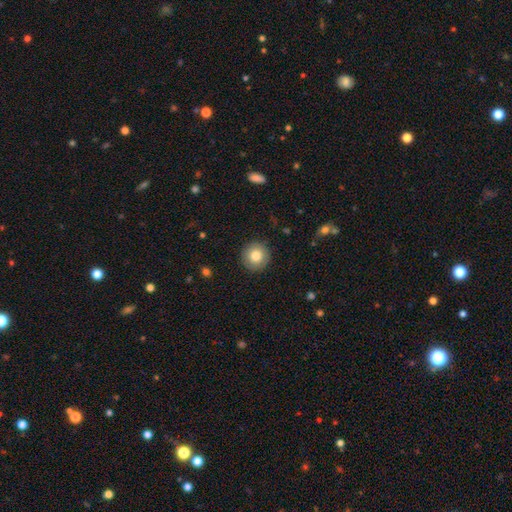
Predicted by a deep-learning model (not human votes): smooth 81%, featured or disk 10%, star or artifact 9%. Down the decision tree: how rounded — round (94%); merging — none (90%).